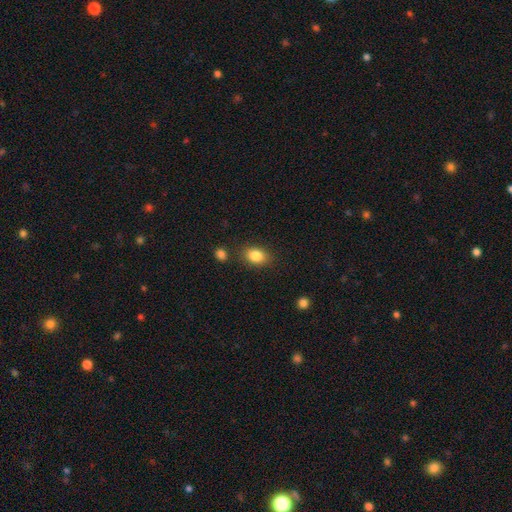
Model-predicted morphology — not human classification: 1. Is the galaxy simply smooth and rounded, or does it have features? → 85% smooth, 9% star or artifact, 6% featured or disk.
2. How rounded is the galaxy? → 74% in between, 24% round, 1% cigar-shaped.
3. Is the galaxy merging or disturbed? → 81% none, 11% minor disturbance, 4% merger, 3% major disturbance.